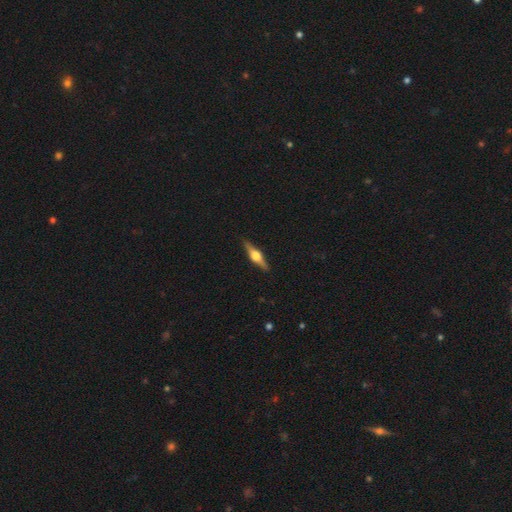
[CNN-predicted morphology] smooth_or_featured: featured or disk (p=0.73) [alt: smooth p=0.22]
disk_edge_on: yes (p=0.97) [alt: no p=0.03]
edge_on_bulge: rounded (p=0.95) [alt: boxy p=0.03]
merging: none (p=0.91) [alt: minor disturbance p=0.07]